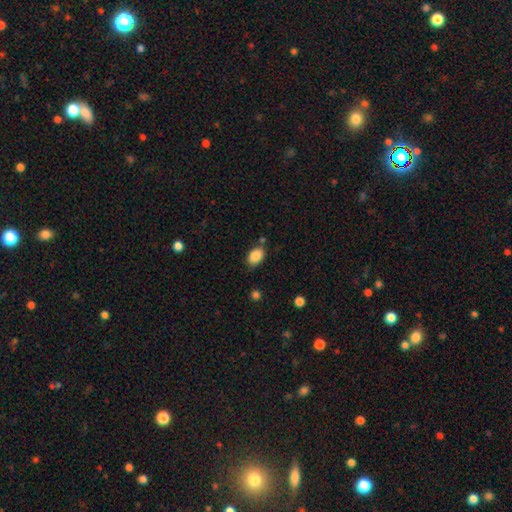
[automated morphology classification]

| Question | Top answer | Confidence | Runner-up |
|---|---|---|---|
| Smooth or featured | smooth | 86% | star or artifact (8%) |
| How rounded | in between | 83% | round (15%) |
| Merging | none | 77% | minor disturbance (15%) |